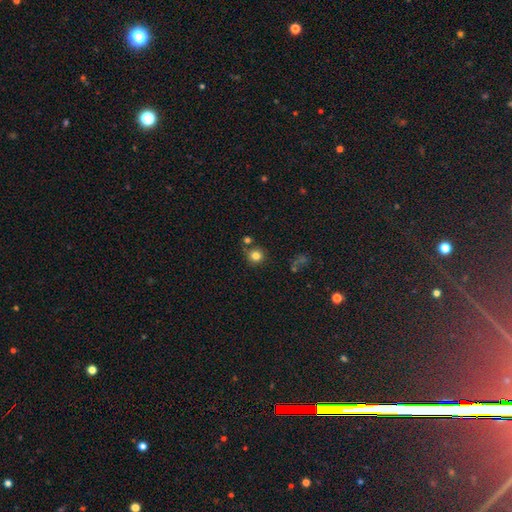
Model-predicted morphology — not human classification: Smooth or featured? smooth (81%)
How rounded? round (89%)
Merging? none (71%)